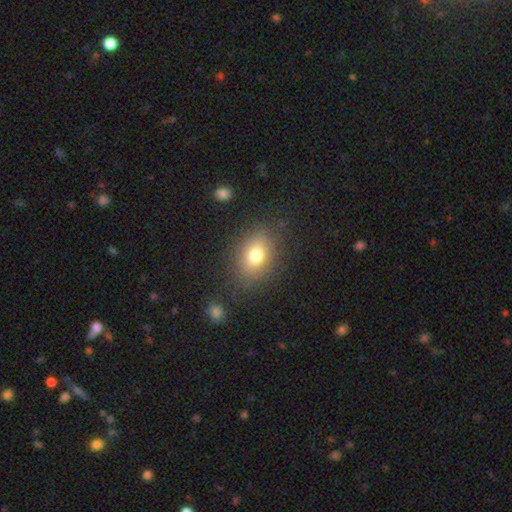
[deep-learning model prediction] This appears to be a smooth galaxy with no disk features (78%) that is in between round and cigar-shaped (73%). Merging: none (81%).